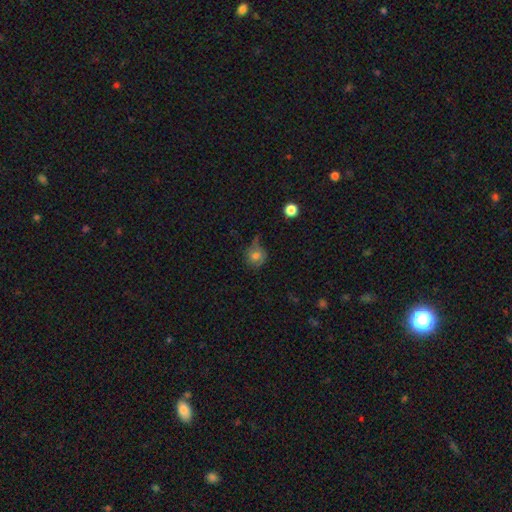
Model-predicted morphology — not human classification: Smooth or featured?
  - smooth: 71% *
  - featured or disk: 17%
  - star or artifact: 12%
How rounded?
  - round: 80% *
  - in between: 19%
  - cigar-shaped: 1%
Merging?
  - none: 49% *
  - minor disturbance: 31%
  - major disturbance: 16%
  - merger: 4%